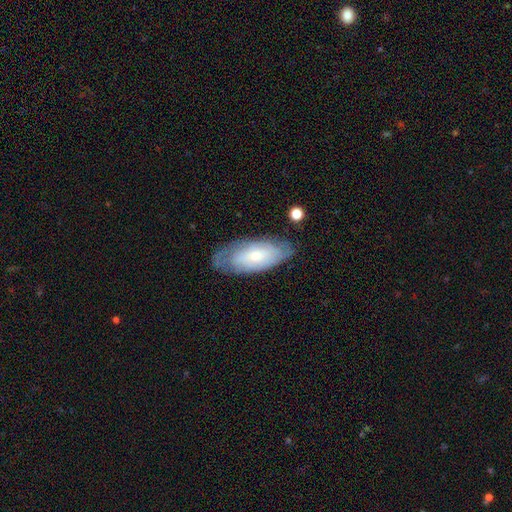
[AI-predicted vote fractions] Smooth or featured? Predicted: featured or disk (p=0.57). Edge-on disk? Predicted: no (p=0.87). Merging? Predicted: none (p=0.72).